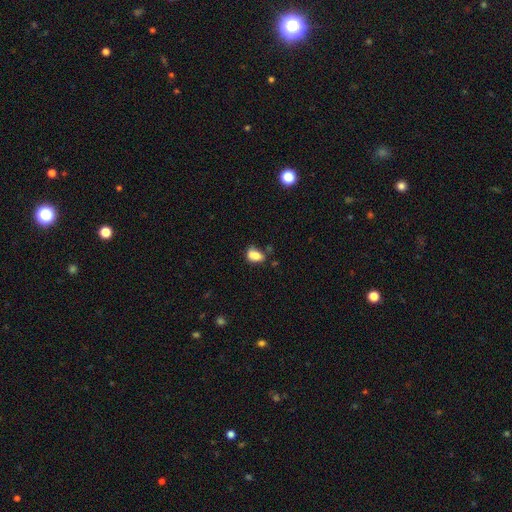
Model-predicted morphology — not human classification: Overall: smooth (81%). How rounded: in between (83%). Merging: none (46%; minor disturbance 33%).